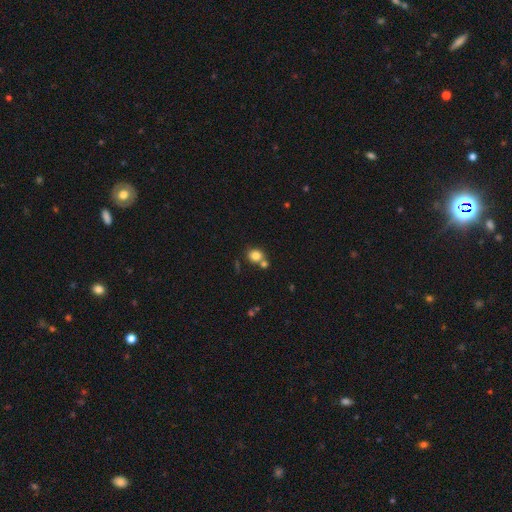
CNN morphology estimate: This is clearly a smooth galaxy (81%). How rounded: likely round (79%). Merging: possibly none (59%).